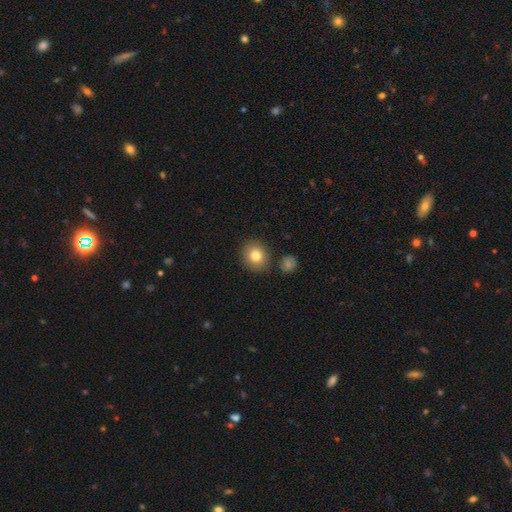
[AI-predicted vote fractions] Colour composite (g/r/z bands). It shows a smooth galaxy with no disk features (81%) that is round (77%). Merging: none (84%).